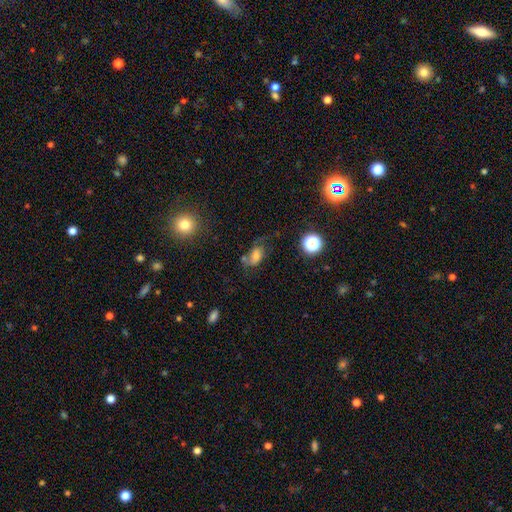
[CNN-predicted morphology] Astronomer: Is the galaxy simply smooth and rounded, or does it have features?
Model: smooth — 47% (runner-up: featured or disk, 34%).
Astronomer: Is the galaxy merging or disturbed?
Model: none — 39% (runner-up: major disturbance, 26%).